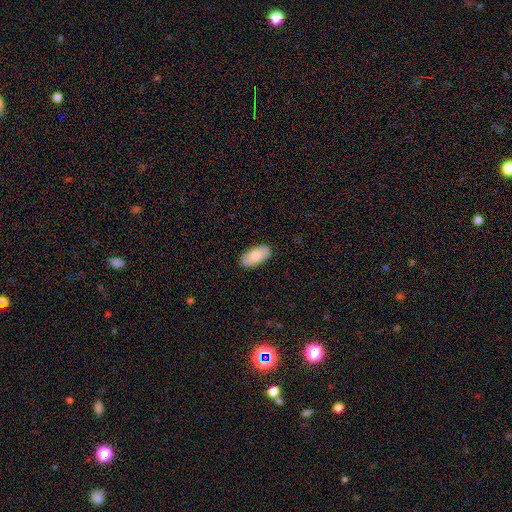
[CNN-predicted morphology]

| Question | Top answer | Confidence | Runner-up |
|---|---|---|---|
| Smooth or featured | smooth | 82% | featured or disk (12%) |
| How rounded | in between | 93% | cigar-shaped (5%) |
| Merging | none | 88% | minor disturbance (9%) |